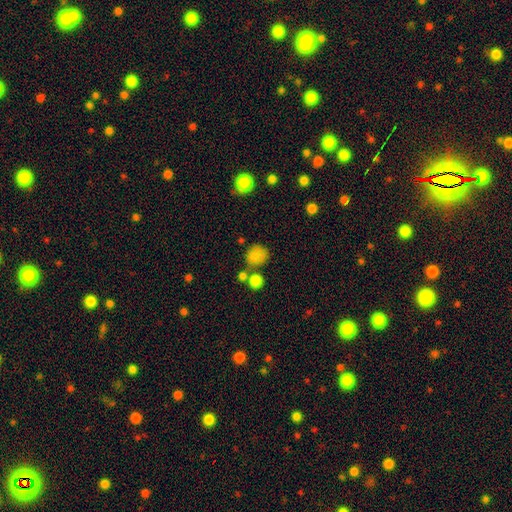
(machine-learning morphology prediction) Overall: smooth (80%). How rounded: round (80%). Merging: none (62%).